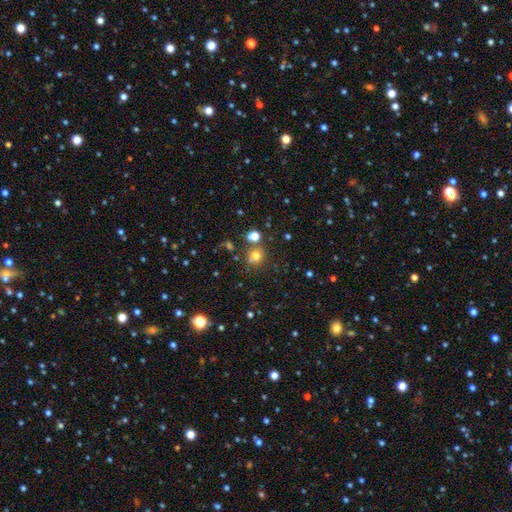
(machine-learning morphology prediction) smooth_or_featured: smooth (p=0.71) [alt: star or artifact p=0.20]
how_rounded: round (p=0.82) [alt: in between p=0.17]
merging: none (p=0.69) [alt: merger p=0.16]